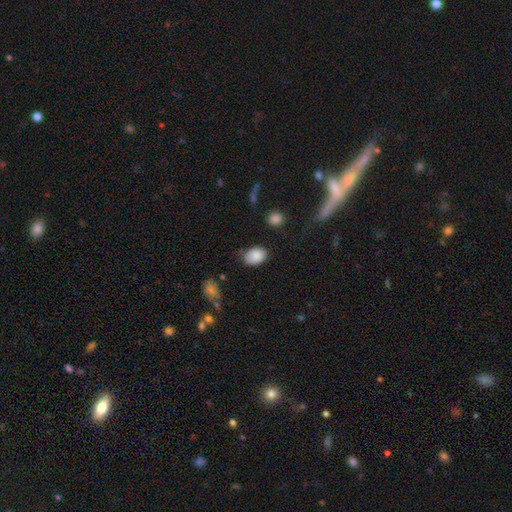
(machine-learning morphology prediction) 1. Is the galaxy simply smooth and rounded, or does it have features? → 86% smooth, 8% star or artifact, 6% featured or disk.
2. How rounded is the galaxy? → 83% in between, 16% round, 1% cigar-shaped.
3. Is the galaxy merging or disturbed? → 77% none, 18% minor disturbance, 4% major disturbance, 2% merger.